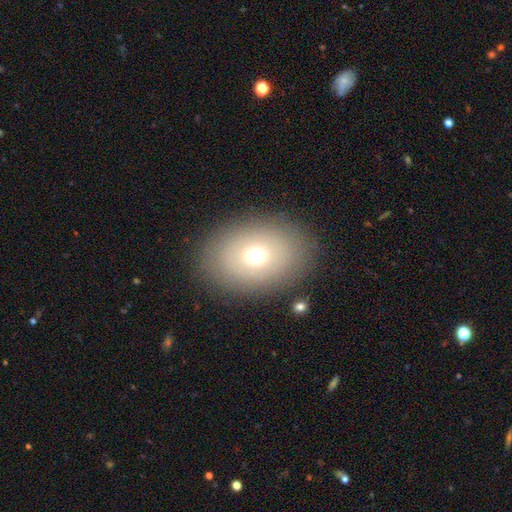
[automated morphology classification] This is likely a smooth galaxy (67%). How rounded: likely in between (73%). Merging: clearly none (86%).